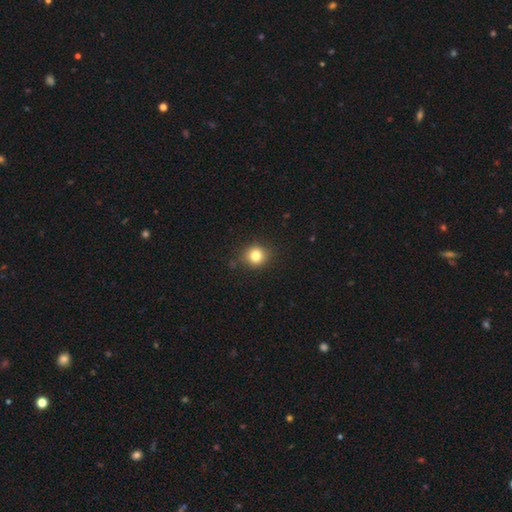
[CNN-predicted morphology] Smooth or featured? Predicted: smooth (p=0.81). How rounded? Predicted: round (p=0.86). Merging? Predicted: none (p=0.87).